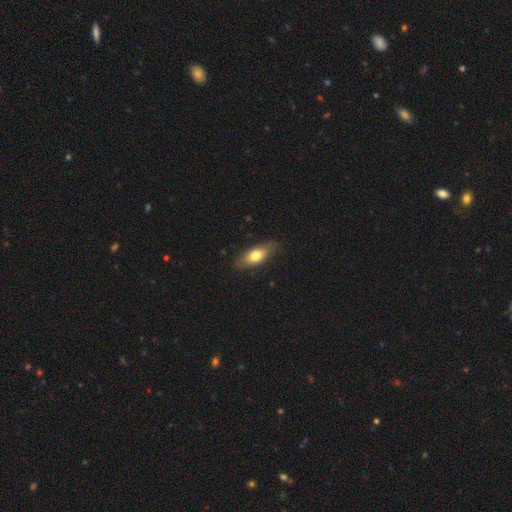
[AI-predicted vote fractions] A smooth galaxy with no disk features (71%) that is in between round and cigar-shaped (75%).

Vote fractions:
- Smooth or featured? smooth: 71% / featured or disk: 23% / star or artifact: 6%
- How rounded? in between: 75% / cigar-shaped: 21% / round: 4%
- Merging? none: 83% / minor disturbance: 14% / major disturbance: 3% / merger: 1%